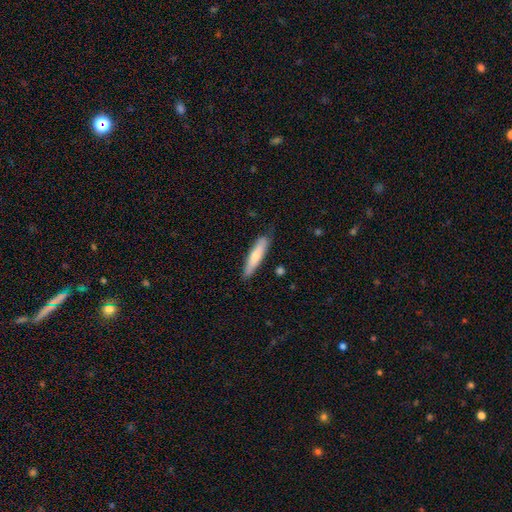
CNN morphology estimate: The model was most divided on "smooth or featured": smooth: 69%, featured or disk: 26%, star or artifact: 5%. More confident: how rounded — cigar-shaped (82%); merging — none (78%).